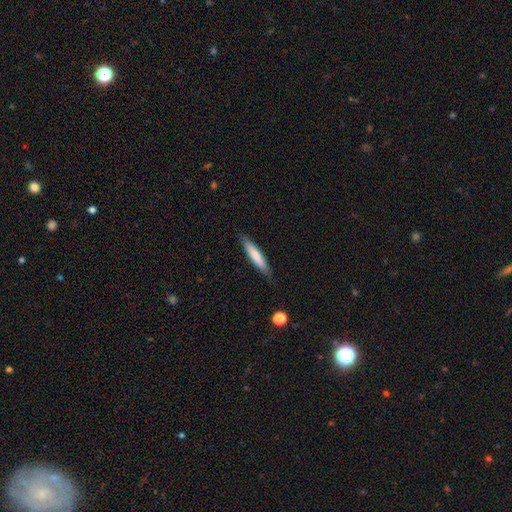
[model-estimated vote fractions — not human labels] A smooth galaxy with no disk features (75%) that is cigar-shaped (88%).

Vote fractions:
- Smooth or featured? smooth: 75% / featured or disk: 20% / star or artifact: 5%
- How rounded? cigar-shaped: 88% / in between: 11% / round: 1%
- Merging? none: 85% / minor disturbance: 12% / major disturbance: 2% / merger: 1%